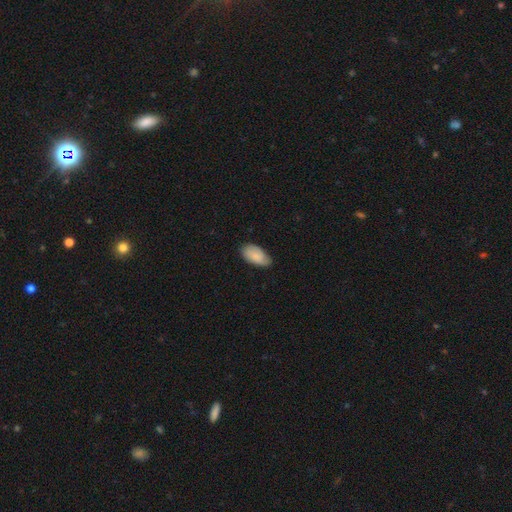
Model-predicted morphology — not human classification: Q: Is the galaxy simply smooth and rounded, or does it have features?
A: smooth — 82%.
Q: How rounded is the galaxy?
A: in between — 95%.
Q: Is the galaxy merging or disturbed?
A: none — 69%.